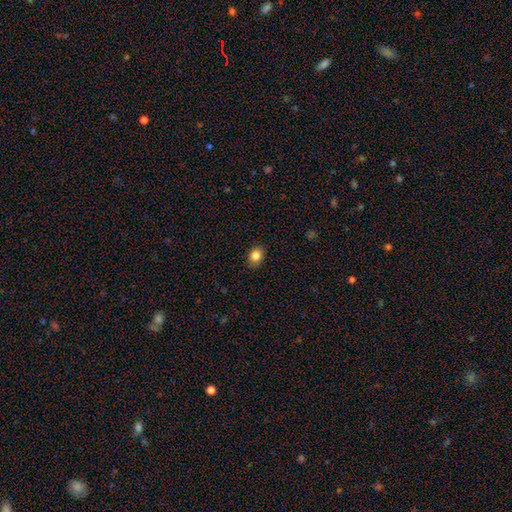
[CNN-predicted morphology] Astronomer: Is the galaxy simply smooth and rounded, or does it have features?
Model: smooth — 84%.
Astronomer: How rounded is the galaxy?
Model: in between — 53% (runner-up: round, 46%).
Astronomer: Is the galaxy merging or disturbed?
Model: none — 89%.